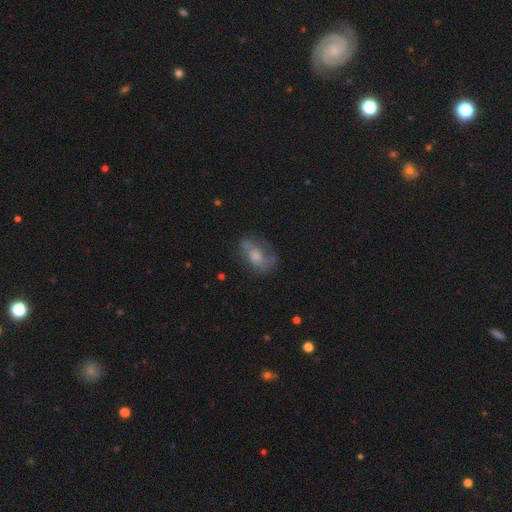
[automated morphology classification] smooth-or-featured: featured or disk: 54% | smooth: 36% | star or artifact: 10%
  disk-edge-on: no: 94% | yes: 6%
    bar: no: 70% | weak: 25% | strong: 5%
    has-spiral-arms: yes: 67% | no: 33%
    bulge-size: moderate: 45% | small: 25% | large: 17% | none: 11% | dominant: 2%
  merging: none: 52% | minor disturbance: 25% | major disturbance: 20% | merger: 3%